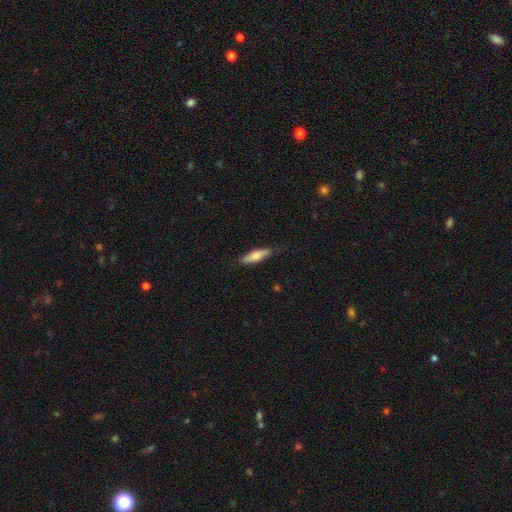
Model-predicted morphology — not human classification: Overall: smooth (67%; featured or disk 28%). How rounded: cigar-shaped (64%; in between 34%). Merging: none (85%).